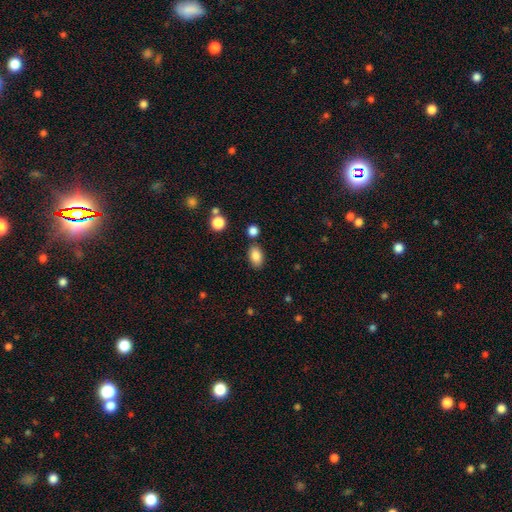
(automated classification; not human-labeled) Morphology: type=smooth (85%); roundness=in between (90%); merging=none (81%).